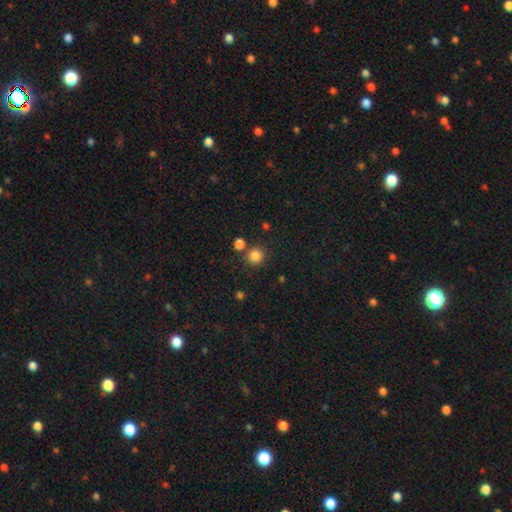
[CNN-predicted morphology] Overall: smooth (84%). How rounded: round (92%). Merging: none (81%).